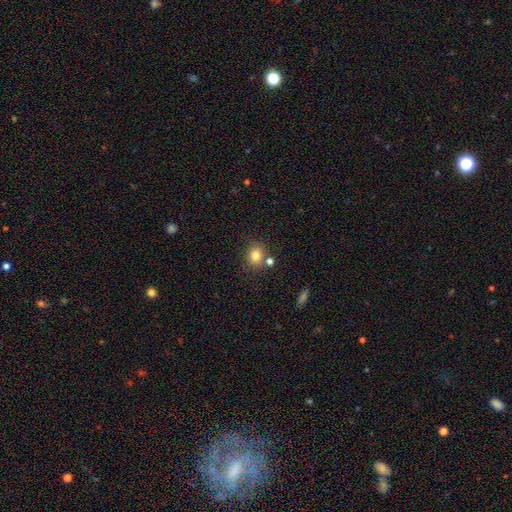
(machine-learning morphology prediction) Smooth or featured?
  - smooth: 80% *
  - star or artifact: 12%
  - featured or disk: 8%
How rounded?
  - round: 70% *
  - in between: 29%
  - cigar-shaped: 1%
Merging?
  - none: 73% *
  - merger: 13%
  - minor disturbance: 11%
  - major disturbance: 3%